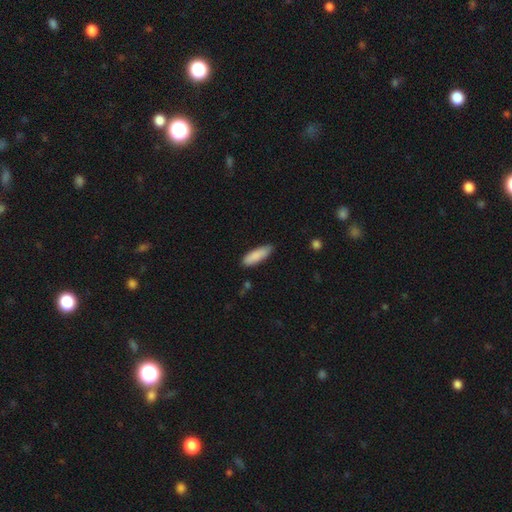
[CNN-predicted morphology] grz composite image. It shows a smooth galaxy with no disk features (87%) that is in between round and cigar-shaped (58%). Merging: none (78%).